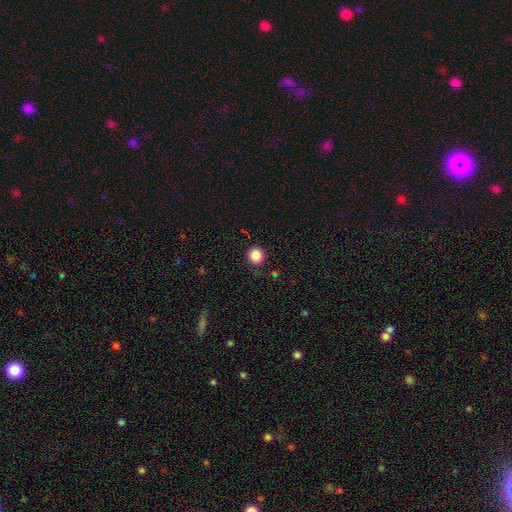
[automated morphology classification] Smooth or featured: smooth — 86% (star or artifact — 10%)
How rounded: round — 94% (in between — 5%)
Merging: none — 88% (minor disturbance — 8%)